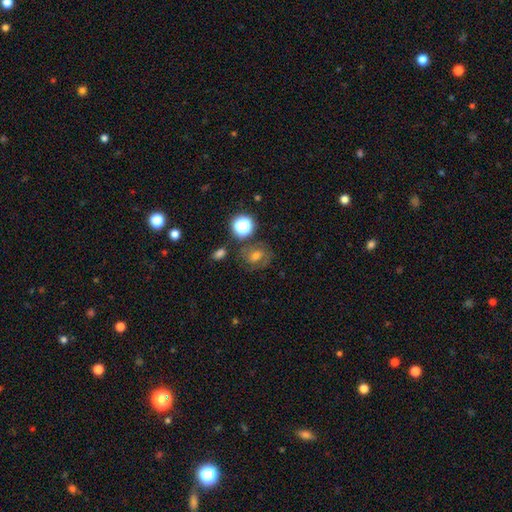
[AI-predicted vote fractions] This appears to be a smooth galaxy with no disk features (44%). Merging: none (67%).